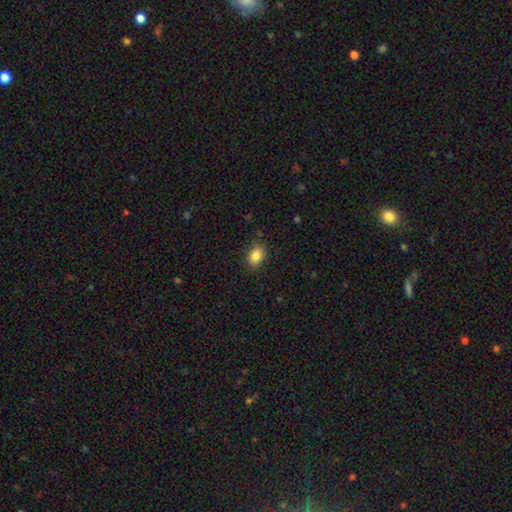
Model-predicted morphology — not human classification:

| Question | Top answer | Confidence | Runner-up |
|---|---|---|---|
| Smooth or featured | smooth | 86% | star or artifact (9%) |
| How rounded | in between | 77% | round (21%) |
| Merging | none | 83% | minor disturbance (13%) |